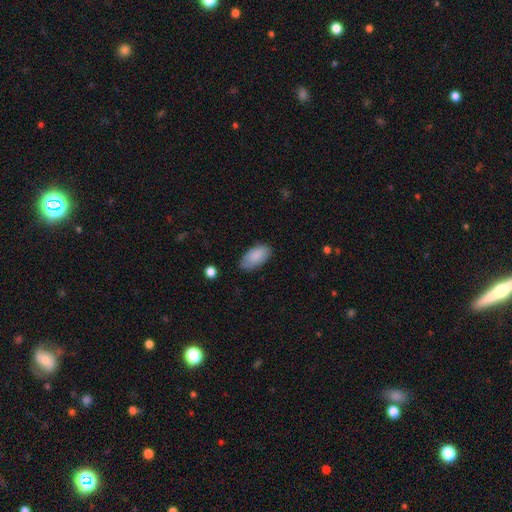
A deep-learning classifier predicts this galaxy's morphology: Q: Smooth or featured?
A: smooth (88%); runner-up: featured or disk (6%)
Q: How rounded?
A: in between (94%); runner-up: cigar-shaped (4%)
Q: Merging?
A: none (79%); runner-up: minor disturbance (17%)